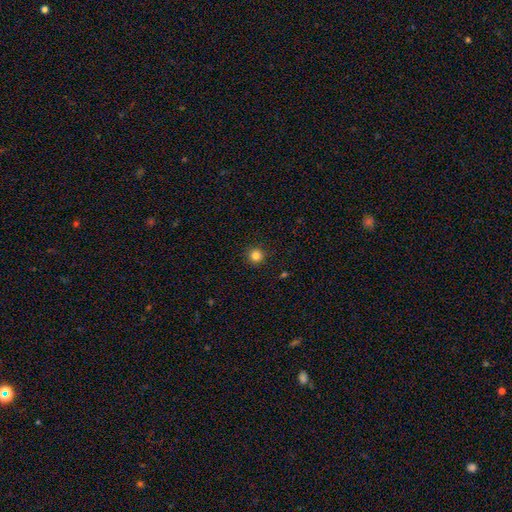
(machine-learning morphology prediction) Smooth or featured? smooth (82%)
How rounded? round (95%)
Merging? none (92%)